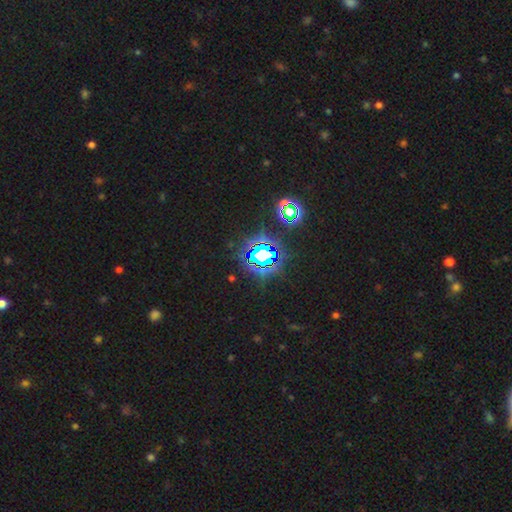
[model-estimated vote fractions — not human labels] smooth_or_featured: star or artifact (p=0.81) [alt: smooth p=0.12]